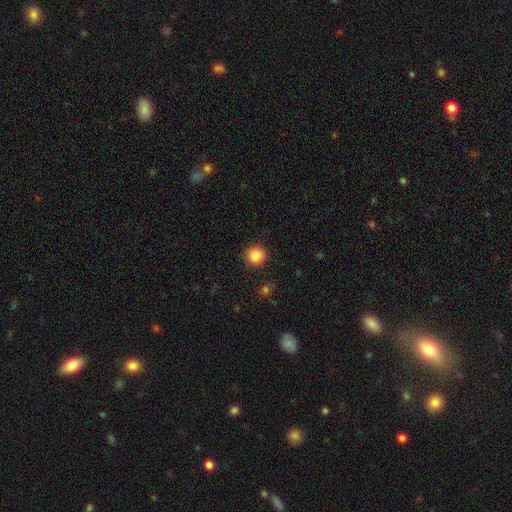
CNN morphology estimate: Smooth or featured? smooth (88%)
How rounded? round (85%)
Merging? none (87%)